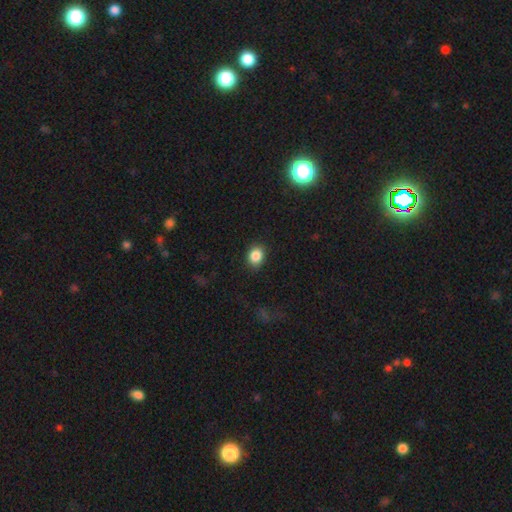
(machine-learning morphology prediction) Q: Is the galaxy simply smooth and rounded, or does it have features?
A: smooth — 86%.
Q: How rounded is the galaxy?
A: round — 53%.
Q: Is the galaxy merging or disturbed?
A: none — 87%.